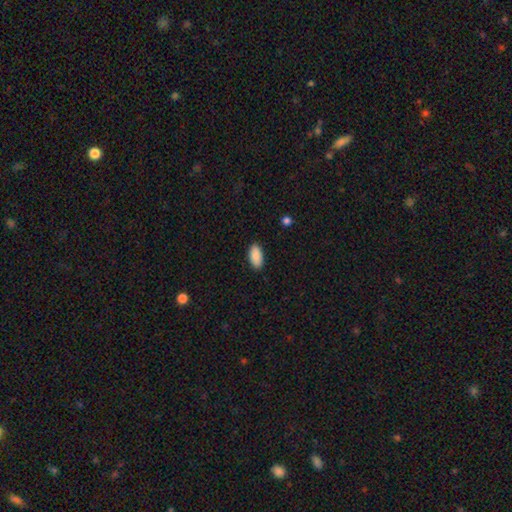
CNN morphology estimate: smooth 90%, star or artifact 6%, featured or disk 3%. Down the decision tree: how rounded — in between (93%); merging — none (89%).